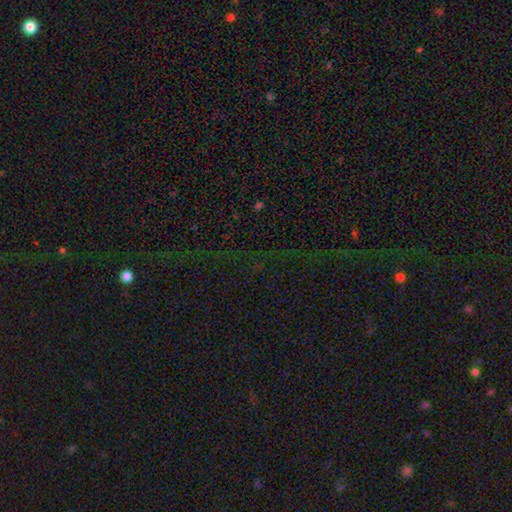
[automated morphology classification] Smooth or featured? star or artifact (74%)